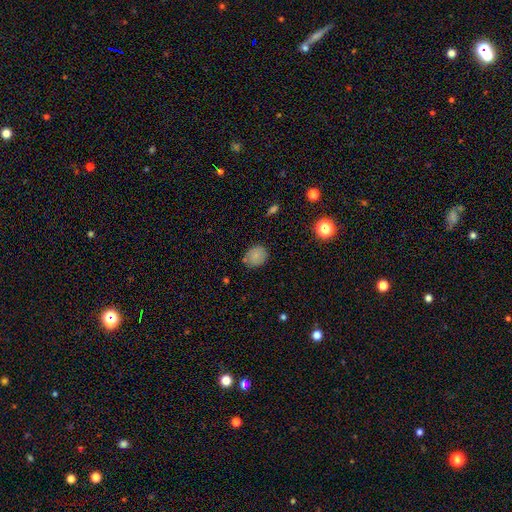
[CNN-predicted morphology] Smooth or featured? smooth (80%)
How rounded? round (56%)
Merging? none (76%)